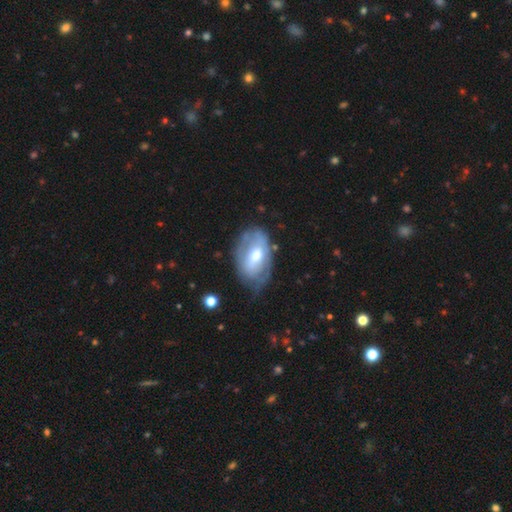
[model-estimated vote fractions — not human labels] A featured or disk galaxy (57%) with a weak bar (43%), spiral arms (52%) and a moderate central bulge (66%). Merging: none (54%).